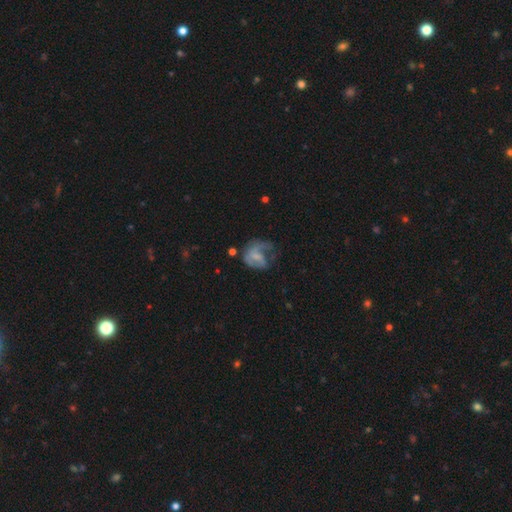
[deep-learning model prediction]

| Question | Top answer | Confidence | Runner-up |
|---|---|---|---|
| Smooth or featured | featured or disk | 59% | smooth (32%) |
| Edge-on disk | no | 98% | yes (2%) |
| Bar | no | 50% | weak (40%) |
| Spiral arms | yes | 68% | no (32%) |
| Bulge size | none | 38% | small (36%) |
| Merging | major disturbance | 46% | none (28%) |